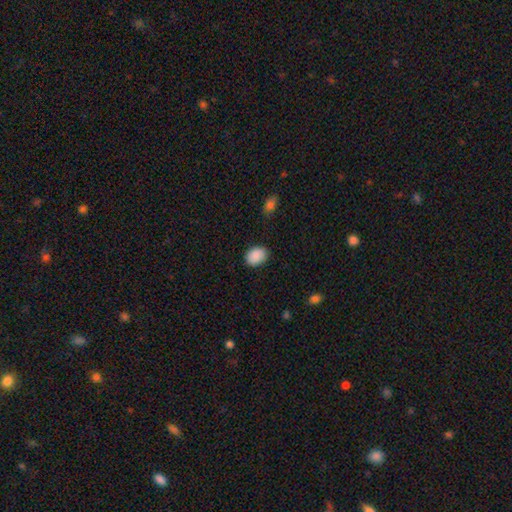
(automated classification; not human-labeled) smooth 89%, star or artifact 7%, featured or disk 4%. Down the decision tree: how rounded — in between (75%); merging — none (84%).